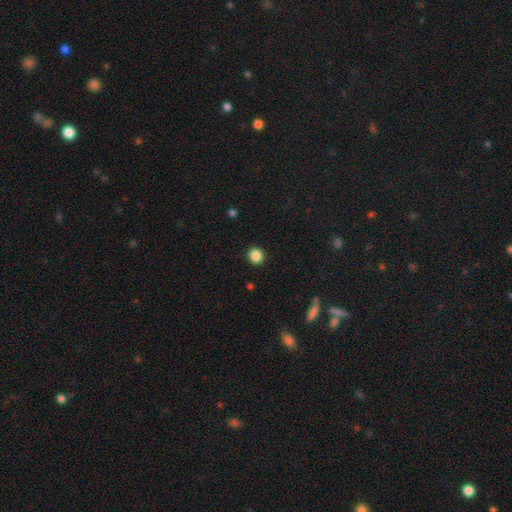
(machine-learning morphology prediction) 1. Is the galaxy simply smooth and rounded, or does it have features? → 86% smooth, 10% star or artifact, 4% featured or disk.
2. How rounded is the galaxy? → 87% round, 12% in between, 1% cigar-shaped.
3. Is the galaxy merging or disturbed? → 92% none, 5% minor disturbance, 2% major disturbance, 1% merger.